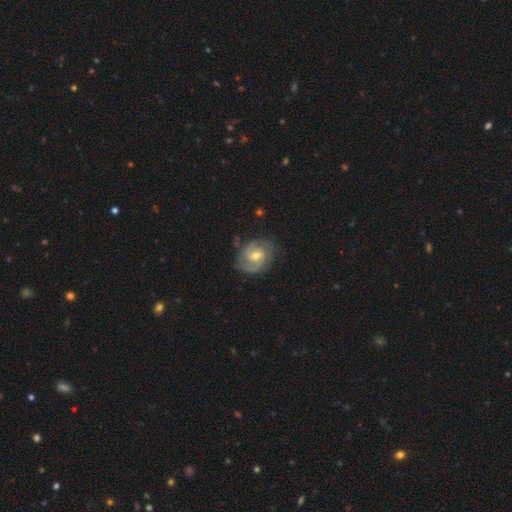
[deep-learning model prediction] Smooth or featured?
  - featured or disk: 86% *
  - smooth: 9%
  - star or artifact: 5%
Edge-on disk?
  - no: 98% *
  - yes: 2%
Bar?
  - no: 52% *
  - weak: 39%
  - strong: 9%
Spiral arms?
  - yes: 96% *
  - no: 4%
Spiral winding?
  - tight: 55% *
  - medium: 37%
  - loose: 8%
Spiral arm count?
  - 2: 70% *
  - 3: 12%
  - can't tell: 10%
  - 1: 3%
  - 4: 3%
  - more than 4: 2%
Bulge size?
  - moderate: 64% *
  - small: 32%
  - large: 2%
  - none: 1%
  - dominant: 1%
Merging?
  - none: 75% *
  - minor disturbance: 18%
  - major disturbance: 6%
  - merger: 1%